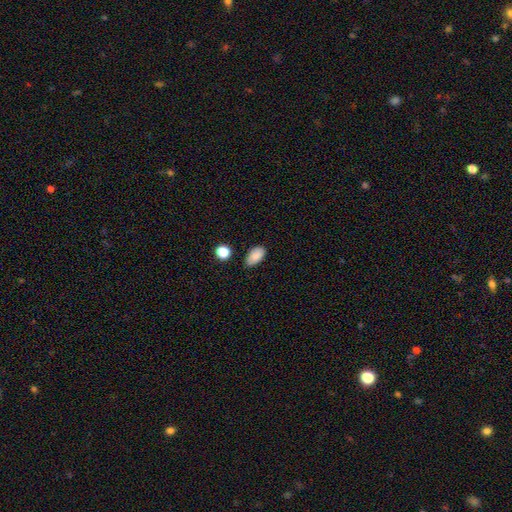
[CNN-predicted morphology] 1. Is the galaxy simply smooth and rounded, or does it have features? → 87% smooth, 8% star or artifact, 5% featured or disk.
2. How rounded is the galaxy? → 93% in between, 5% round, 2% cigar-shaped.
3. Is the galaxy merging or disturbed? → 75% none, 19% minor disturbance, 3% major disturbance, 3% merger.